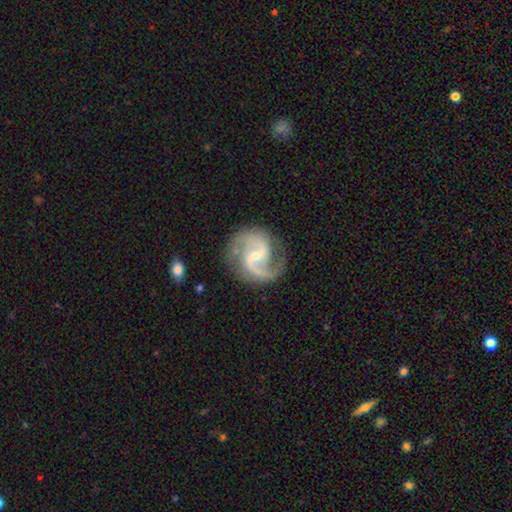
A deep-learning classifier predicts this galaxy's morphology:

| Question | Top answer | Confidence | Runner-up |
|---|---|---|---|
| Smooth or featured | featured or disk | 91% | star or artifact (4%) |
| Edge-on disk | no | 98% | yes (2%) |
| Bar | weak | 46% | no (35%) |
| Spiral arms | yes | 98% | no (2%) |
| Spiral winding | medium | 61% | loose (22%) |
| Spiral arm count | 2 | 91% | 3 (2%) |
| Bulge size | small | 63% | moderate (33%) |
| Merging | none | 78% | minor disturbance (14%) |